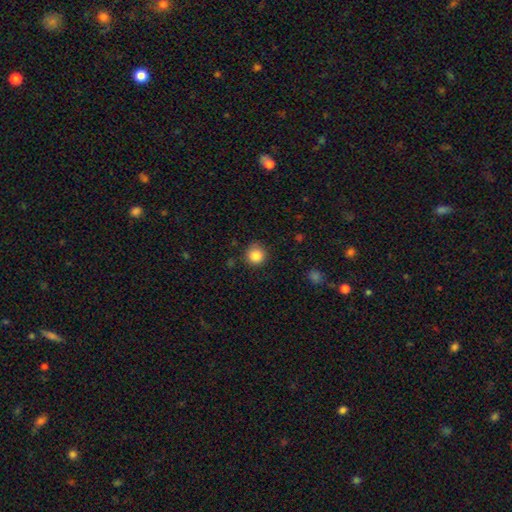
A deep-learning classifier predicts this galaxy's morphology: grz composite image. It shows a smooth galaxy with no disk features (85%) that is round (93%). Merging: none (85%).